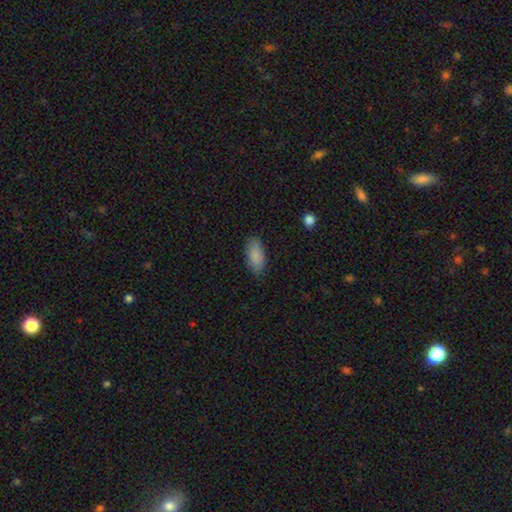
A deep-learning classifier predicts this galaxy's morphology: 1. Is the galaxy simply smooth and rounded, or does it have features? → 87% smooth, 7% star or artifact, 7% featured or disk.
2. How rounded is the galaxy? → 92% in between, 6% cigar-shaped, 3% round.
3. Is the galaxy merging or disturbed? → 82% none, 14% minor disturbance, 3% major disturbance, 1% merger.